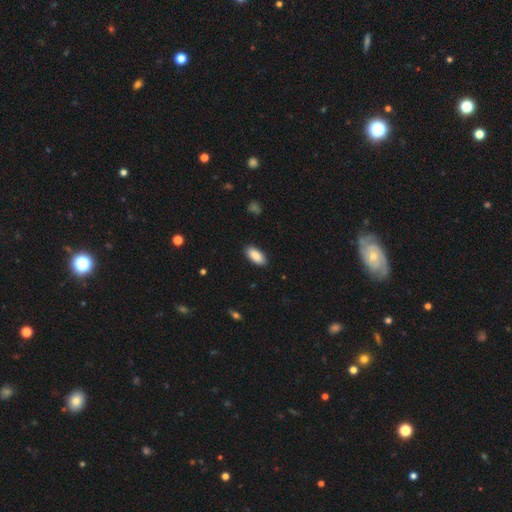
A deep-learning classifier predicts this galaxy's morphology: Smooth or featured: smooth — 89% (star or artifact — 6%)
How rounded: in between — 90% (cigar-shaped — 8%)
Merging: none — 89% (minor disturbance — 9%)